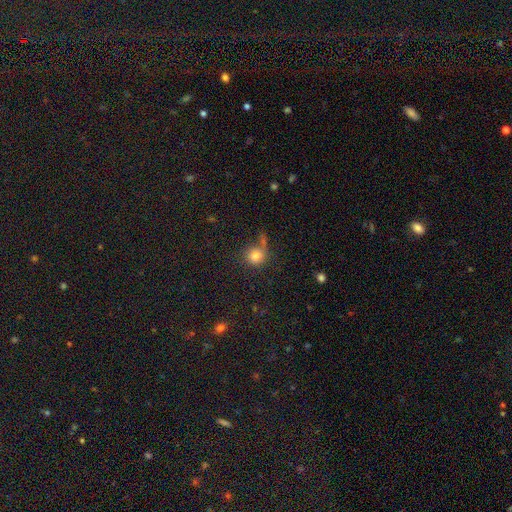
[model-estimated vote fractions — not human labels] A smooth galaxy with no disk features (80%) that is round (89%).

Vote fractions:
- Smooth or featured? smooth: 80% / star or artifact: 12% / featured or disk: 8%
- How rounded? round: 89% / in between: 10% / cigar-shaped: 1%
- Merging? none: 65% / minor disturbance: 14% / merger: 14% / major disturbance: 7%